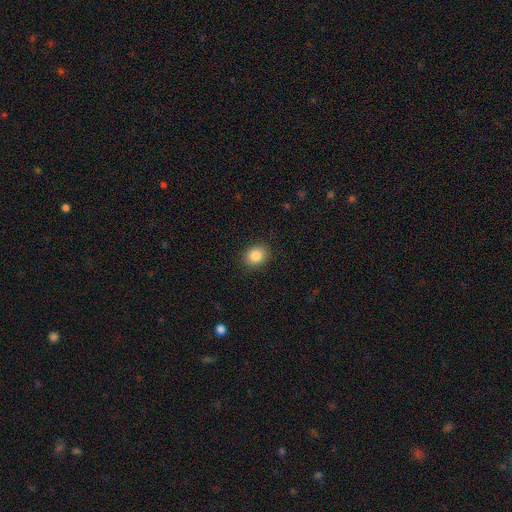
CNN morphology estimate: Q: Smooth or featured?
A: smooth (85%); runner-up: star or artifact (9%)
Q: How rounded?
A: round (60%); runner-up: in between (39%)
Q: Merging?
A: none (88%); runner-up: minor disturbance (8%)